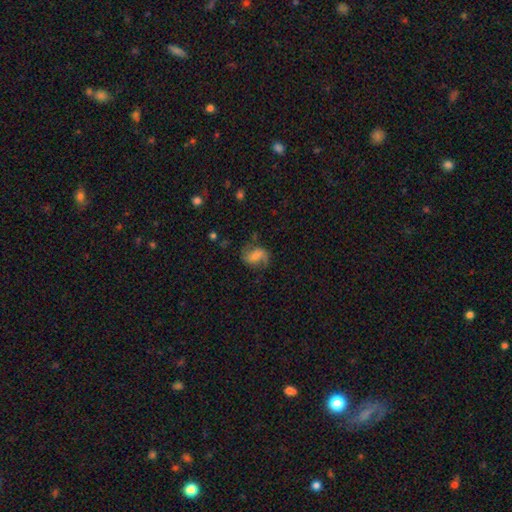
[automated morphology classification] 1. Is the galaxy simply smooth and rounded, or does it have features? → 57% featured or disk, 34% smooth, 9% star or artifact.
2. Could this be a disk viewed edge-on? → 97% no, 3% yes.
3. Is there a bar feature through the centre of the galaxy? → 45% weak, 33% no, 22% strong.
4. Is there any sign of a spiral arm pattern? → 89% yes, 11% no.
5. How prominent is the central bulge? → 40% small, 37% moderate, 14% none, 7% large, 2% dominant.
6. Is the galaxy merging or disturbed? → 67% none, 20% minor disturbance, 11% major disturbance, 2% merger.